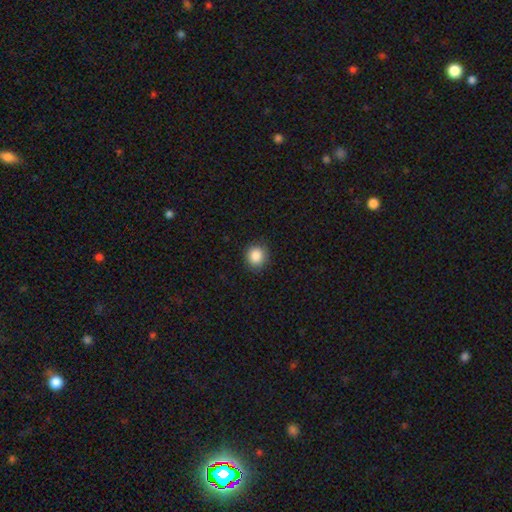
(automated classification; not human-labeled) Morphology: type=smooth (87%); roundness=round (85%); merging=none (88%).